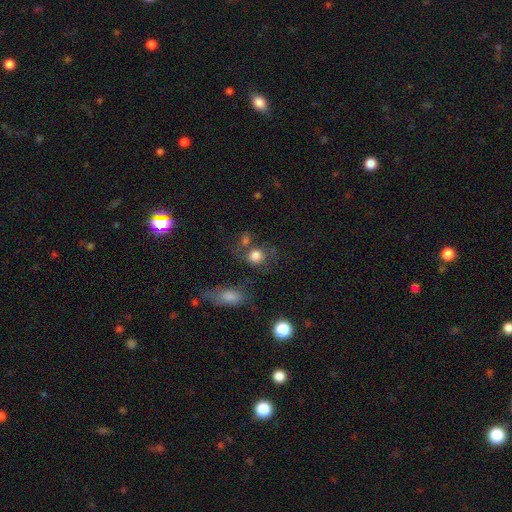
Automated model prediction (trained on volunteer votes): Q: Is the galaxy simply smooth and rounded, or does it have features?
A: smooth — 79%.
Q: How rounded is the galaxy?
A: round — 77%.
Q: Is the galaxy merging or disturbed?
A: none — 56%.